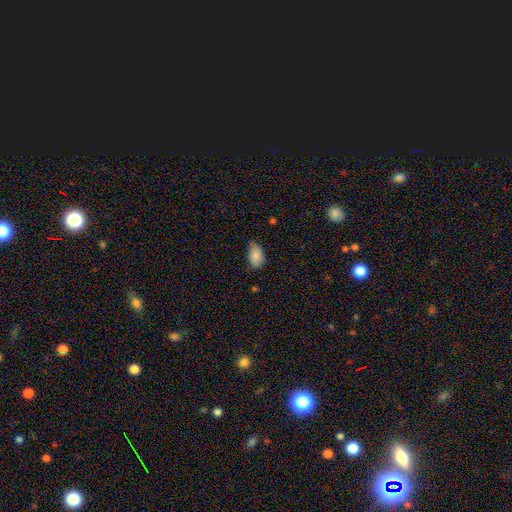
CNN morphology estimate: This is clearly a smooth galaxy (87%). How rounded: clearly in between (91%). Merging: likely none (63%).